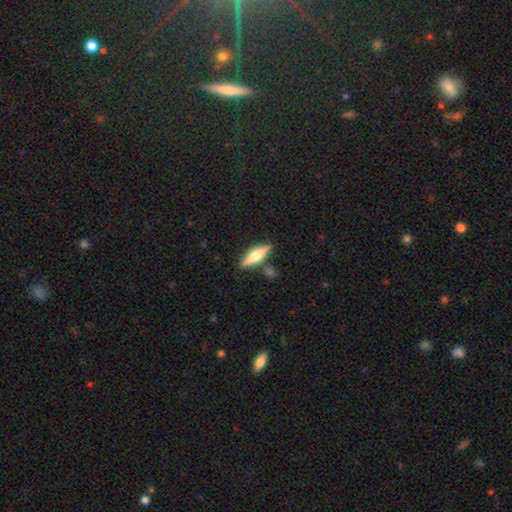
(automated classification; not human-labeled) Q: Smooth or featured?
A: featured or disk (53%); runner-up: smooth (41%)
Q: Edge-on disk?
A: yes (94%); runner-up: no (6%)
Q: Merging?
A: none (81%); runner-up: minor disturbance (11%)